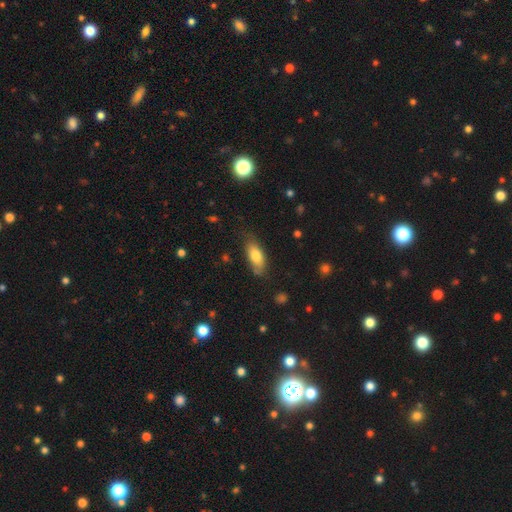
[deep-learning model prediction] A smooth galaxy with no disk features (74%) that is in between round and cigar-shaped (81%).

Vote fractions:
- Smooth or featured? smooth: 74% / featured or disk: 19% / star or artifact: 7%
- How rounded? in between: 81% / cigar-shaped: 17% / round: 3%
- Merging? none: 70% / minor disturbance: 22% / major disturbance: 5% / merger: 2%